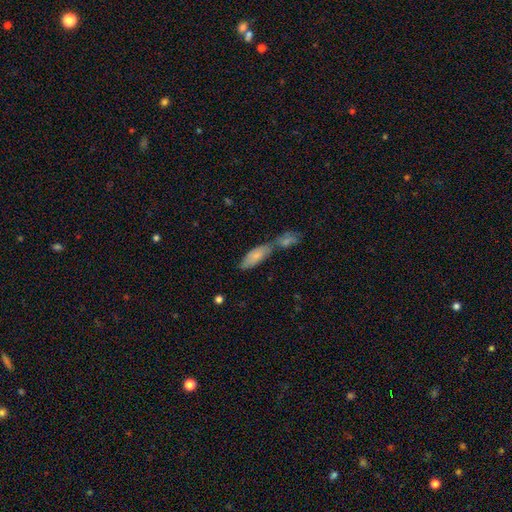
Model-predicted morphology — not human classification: smooth 75%, featured or disk 19%, star or artifact 7%. Down the decision tree: how rounded — in between (67%); merging — merger (55%).